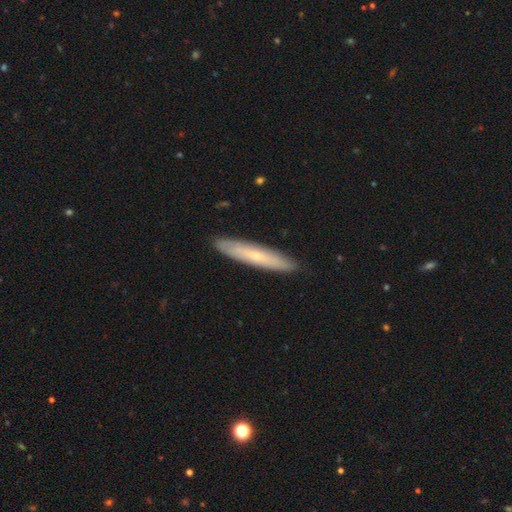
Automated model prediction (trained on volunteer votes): smooth 50%, featured or disk 44%, star or artifact 6%. Down the decision tree: how rounded — cigar-shaped (91%); merging — none (90%).